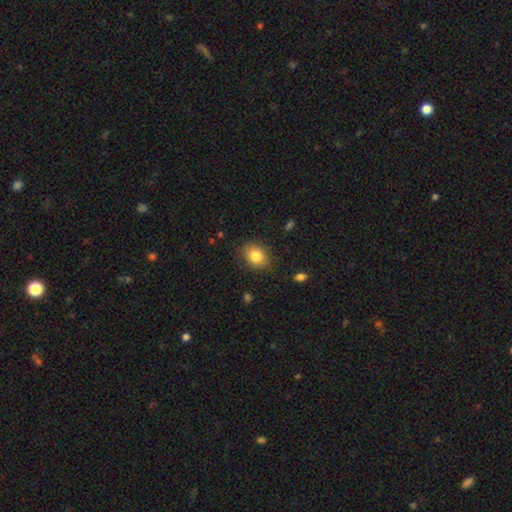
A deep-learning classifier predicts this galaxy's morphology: A smooth galaxy with no disk features (83%) that is in between round and cigar-shaped (55%).

Vote fractions:
- Smooth or featured? smooth: 83% / star or artifact: 9% / featured or disk: 8%
- How rounded? in between: 55% / round: 44% / cigar-shaped: 1%
- Merging? none: 85% / minor disturbance: 11% / major disturbance: 3% / merger: 1%